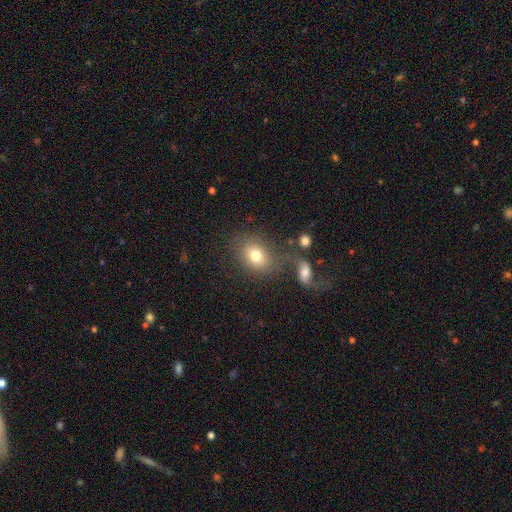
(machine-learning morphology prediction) A smooth galaxy with no disk features (76%) that is in between round and cigar-shaped (66%).

Vote fractions:
- Smooth or featured? smooth: 76% / featured or disk: 15% / star or artifact: 10%
- How rounded? in between: 66% / round: 33% / cigar-shaped: 1%
- Merging? none: 59% / merger: 17% / minor disturbance: 14% / major disturbance: 9%